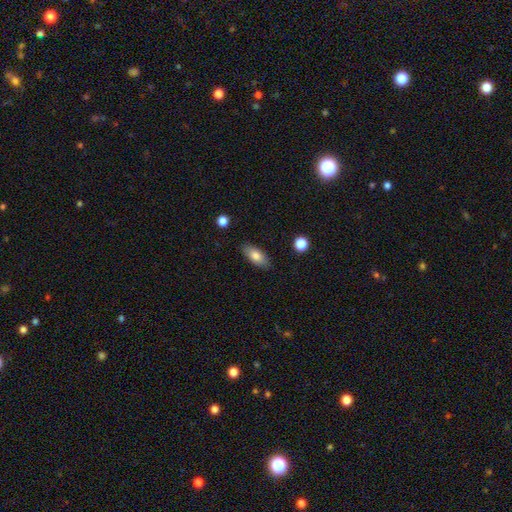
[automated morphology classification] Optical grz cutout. It shows a smooth galaxy with no disk features (79%) that is in between round and cigar-shaped (85%). Merging: none (85%).